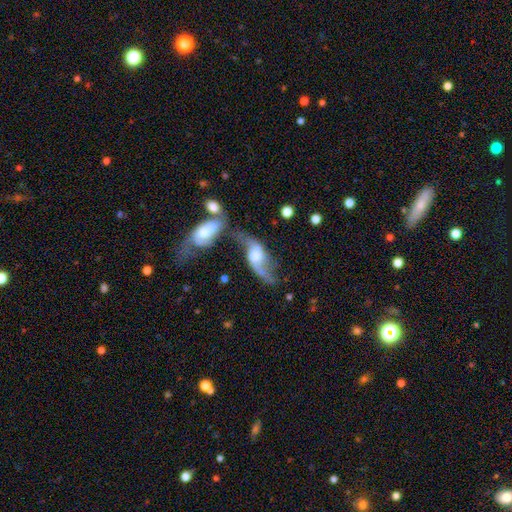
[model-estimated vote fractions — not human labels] The model was most divided on "bar": no: 44%, weak: 43%, strong: 13%. Remaining: spiral arms — yes (91%); spiral arm count — 2 (90%); edge-on disk — no (89%); spiral winding — loose (85%); smooth or featured — featured or disk (79%); bulge size — moderate (49%); merging — merger (37%).